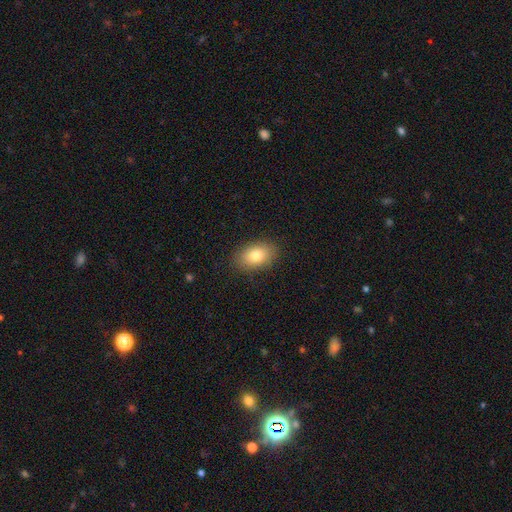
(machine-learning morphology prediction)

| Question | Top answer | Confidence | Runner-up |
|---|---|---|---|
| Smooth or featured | smooth | 79% | featured or disk (12%) |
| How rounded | in between | 87% | round (12%) |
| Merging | none | 87% | minor disturbance (10%) |